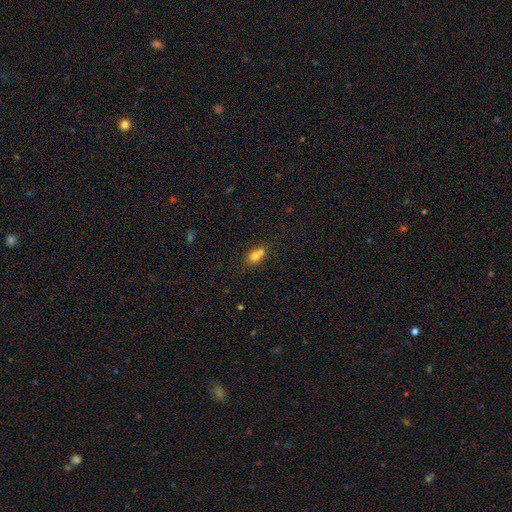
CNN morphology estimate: Smooth or featured?
  - smooth: 73% *
  - featured or disk: 14%
  - star or artifact: 12%
How rounded?
  - round: 55% *
  - in between: 44%
  - cigar-shaped: 1%
Merging?
  - merger: 52% *
  - none: 37%
  - minor disturbance: 8%
  - major disturbance: 3%